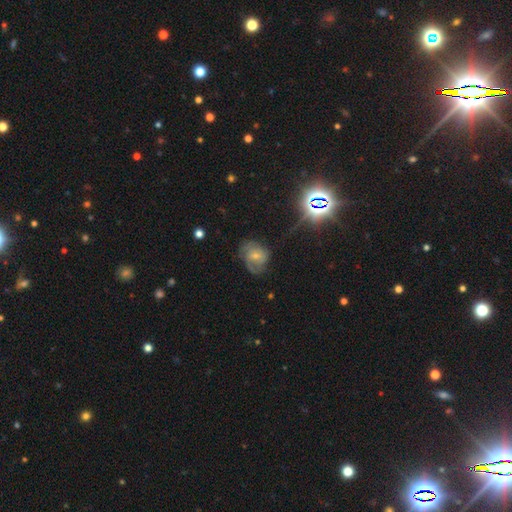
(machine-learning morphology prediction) Smooth or featured? featured or disk (53%)
Edge-on disk? no (96%)
Bar? no (62%)
Spiral arms? yes (76%)
Bulge size? small (55%)
Merging? none (52%)